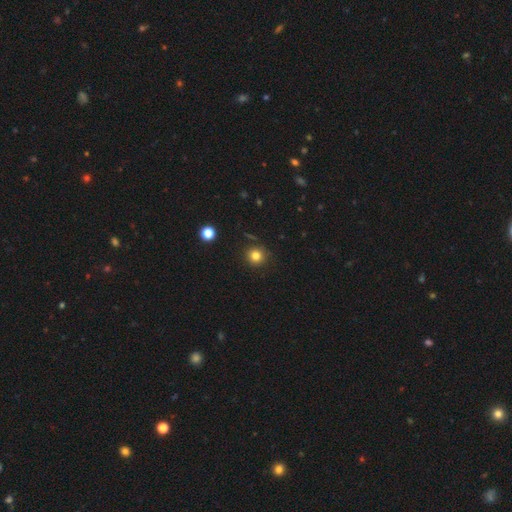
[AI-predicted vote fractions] Smooth or featured: smooth — 80% (star or artifact — 14%)
How rounded: round — 93% (in between — 6%)
Merging: none — 88% (minor disturbance — 7%)